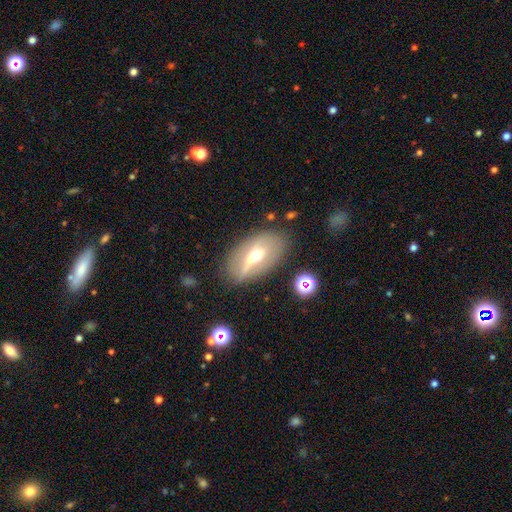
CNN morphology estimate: Smooth or featured?
  - featured or disk: 55% *
  - smooth: 35%
  - star or artifact: 9%
Edge-on disk?
  - no: 70% *
  - yes: 30%
Merging?
  - none: 66% *
  - minor disturbance: 20%
  - major disturbance: 10%
  - merger: 4%